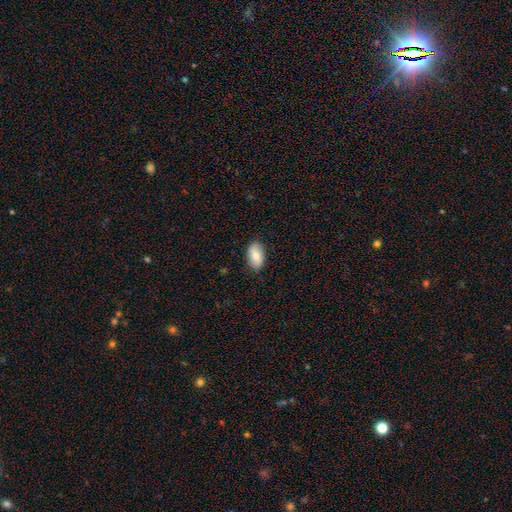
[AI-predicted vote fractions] smooth 80%, featured or disk 13%, star or artifact 7%. Down the decision tree: how rounded — in between (93%); merging — none (85%).